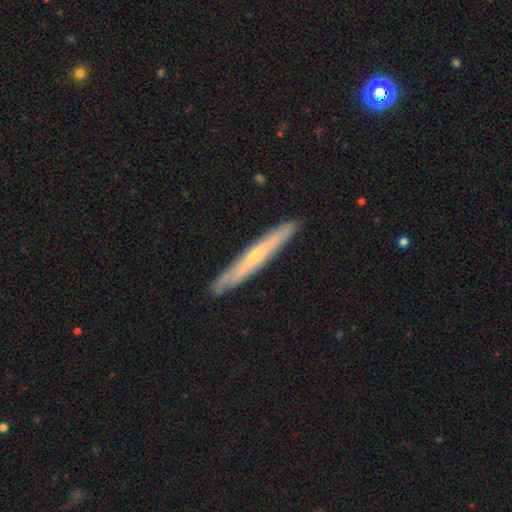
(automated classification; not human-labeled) Smooth or featured: featured or disk — 59% (smooth — 35%)
Edge-on disk: yes — 90% (no — 10%)
Edge-on bulge: rounded — 52% (none — 44%)
Merging: none — 89% (minor disturbance — 8%)